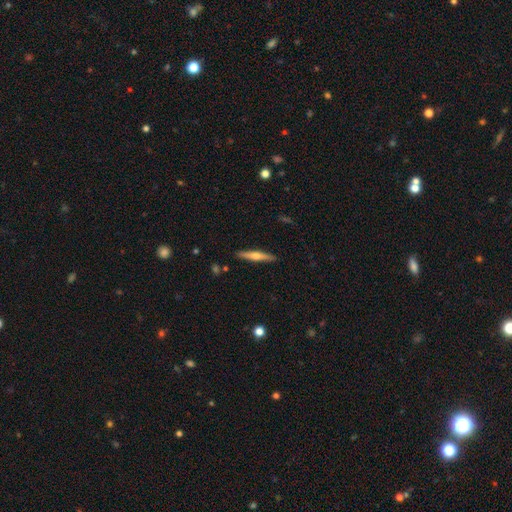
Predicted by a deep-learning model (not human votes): This appears to be a featured or disk galaxy (52%) viewed edge-on (96%). Merging: none (90%).